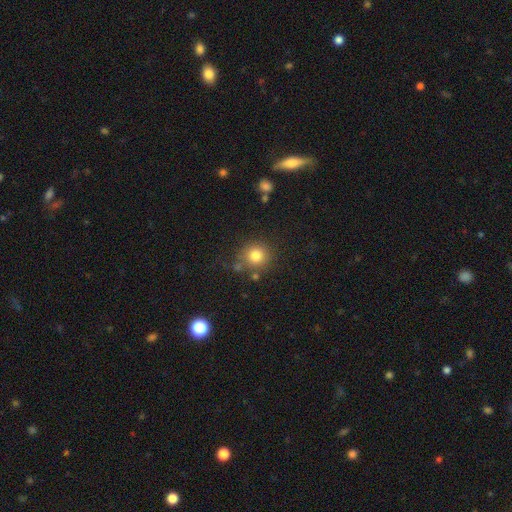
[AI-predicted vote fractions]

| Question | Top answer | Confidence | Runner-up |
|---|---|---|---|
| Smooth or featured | smooth | 81% | star or artifact (12%) |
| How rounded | round | 91% | in between (8%) |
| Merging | none | 79% | minor disturbance (11%) |